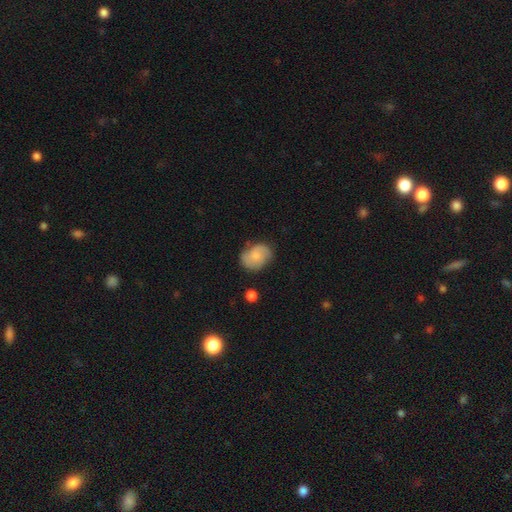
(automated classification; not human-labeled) Smooth or featured?
  - smooth: 55% *
  - featured or disk: 37%
  - star or artifact: 8%
How rounded?
  - in between: 58% *
  - round: 41%
  - cigar-shaped: 1%
Merging?
  - none: 67% *
  - minor disturbance: 23%
  - major disturbance: 7%
  - merger: 3%